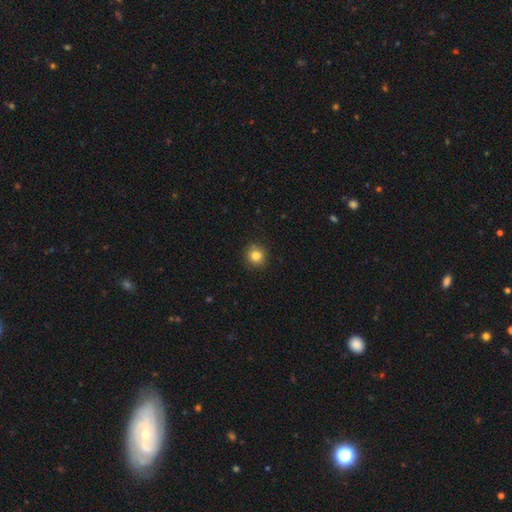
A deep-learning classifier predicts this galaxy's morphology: smooth_or_featured: smooth (p=0.82) [alt: star or artifact p=0.12]
how_rounded: round (p=0.90) [alt: in between p=0.09]
merging: none (p=0.89) [alt: minor disturbance p=0.08]